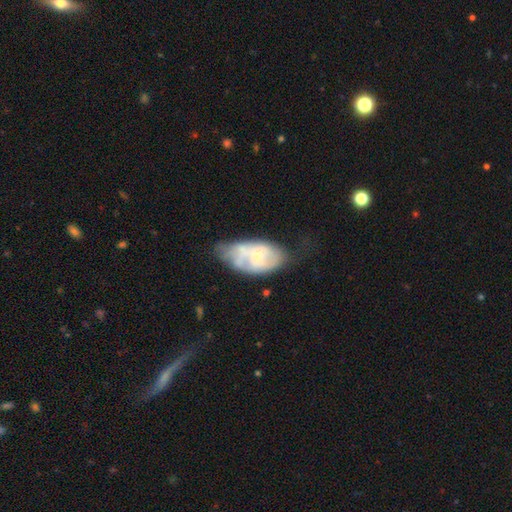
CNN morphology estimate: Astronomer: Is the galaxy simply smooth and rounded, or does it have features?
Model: featured or disk — 57% (runner-up: smooth, 36%).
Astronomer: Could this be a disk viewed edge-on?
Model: no — 95%.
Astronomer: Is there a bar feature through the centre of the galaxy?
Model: no — 74%.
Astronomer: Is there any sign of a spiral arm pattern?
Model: no — 58% (runner-up: yes, 42%).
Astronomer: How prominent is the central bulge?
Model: small — 60%.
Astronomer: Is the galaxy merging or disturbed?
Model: none — 34%, tied with minor disturbance at 34%.